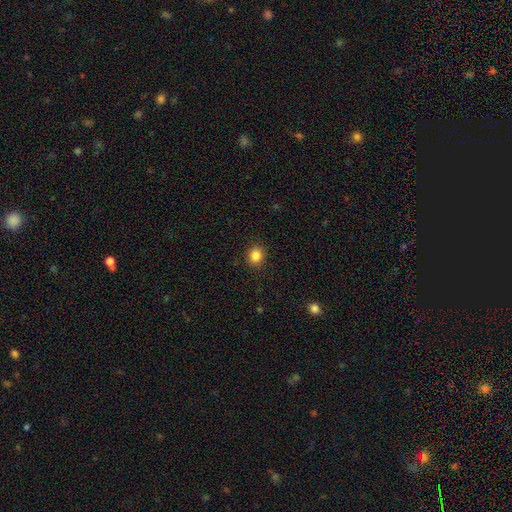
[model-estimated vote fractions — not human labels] smooth 85%, star or artifact 11%, featured or disk 4%. Down the decision tree: how rounded — round (76%); merging — none (90%).